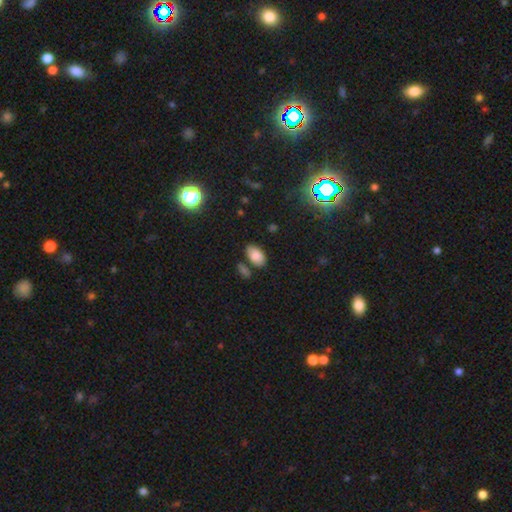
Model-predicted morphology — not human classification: smooth_or_featured: smooth (p=0.84) [alt: star or artifact p=0.09]
how_rounded: in between (p=0.93) [alt: round p=0.06]
merging: none (p=0.72) [alt: minor disturbance p=0.15]